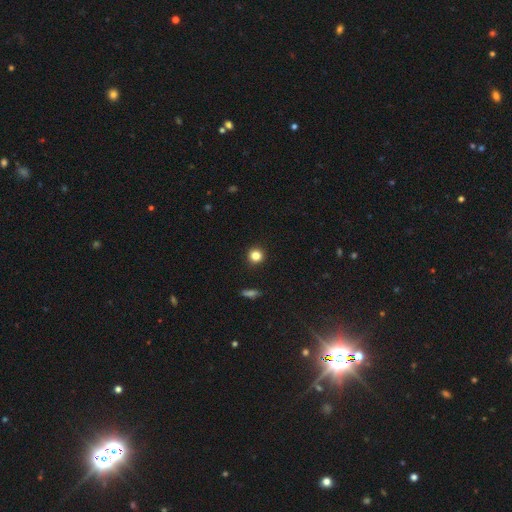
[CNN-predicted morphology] The model was most divided on "smooth or featured": smooth: 84%, star or artifact: 12%, featured or disk: 4%. More confident: how rounded — round (94%); merging — none (92%).